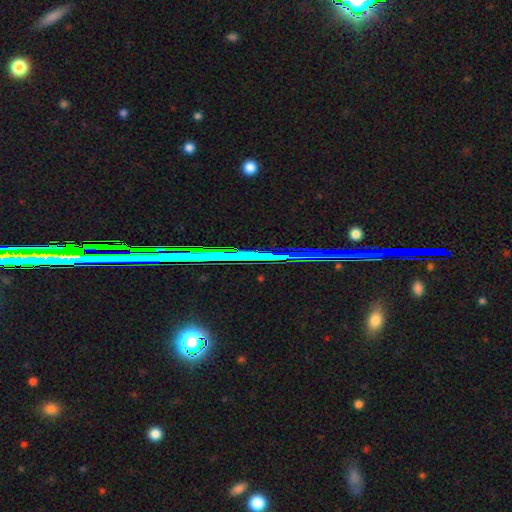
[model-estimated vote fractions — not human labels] star or artifact 68%, featured or disk 19%, smooth 13%.